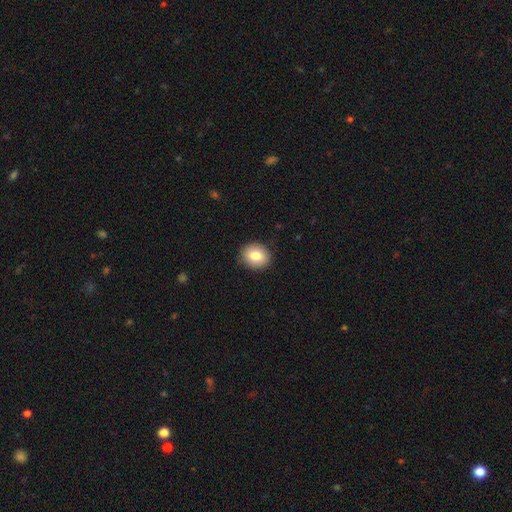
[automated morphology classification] type=smooth (80%); roundness=round (72%); merging=none (89%).